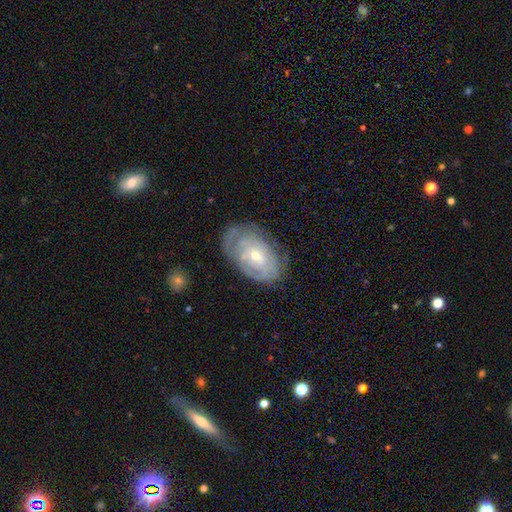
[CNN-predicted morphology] Smooth or featured? featured or disk (69%)
Edge-on disk? no (95%)
Bar? no (68%)
Spiral arms? yes (75%)
Bulge size? moderate (49%)
Merging? none (67%)